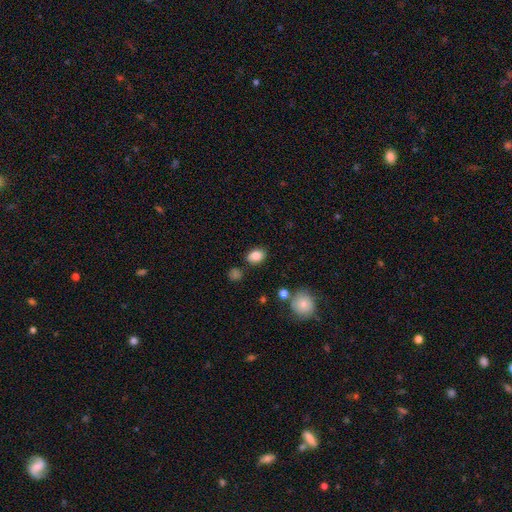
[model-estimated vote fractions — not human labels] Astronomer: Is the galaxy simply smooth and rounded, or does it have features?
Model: smooth — 85%.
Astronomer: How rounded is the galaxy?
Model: in between — 73%.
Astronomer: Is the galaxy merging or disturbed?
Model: none — 81%.